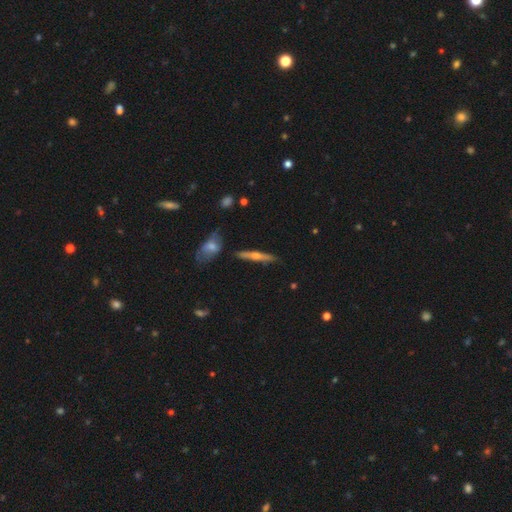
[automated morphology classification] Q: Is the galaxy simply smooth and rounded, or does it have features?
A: featured or disk — 62%.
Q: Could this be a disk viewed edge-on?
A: yes — 94%.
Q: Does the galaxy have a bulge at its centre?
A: rounded — 86%.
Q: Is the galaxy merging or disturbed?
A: none — 83%.